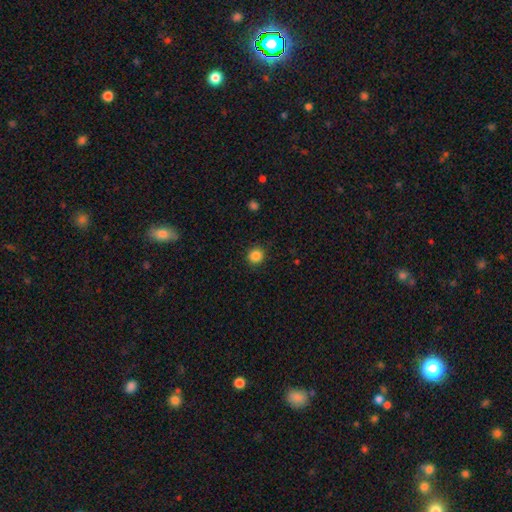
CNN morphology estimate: Smooth or featured? Predicted: smooth (p=0.86). How rounded? Predicted: round (p=0.90). Merging? Predicted: none (p=0.89).